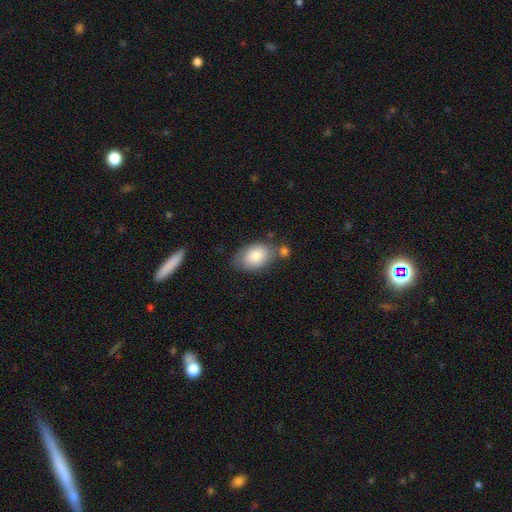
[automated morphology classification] Smooth or featured? smooth (79%)
How rounded? in between (85%)
Merging? none (59%)